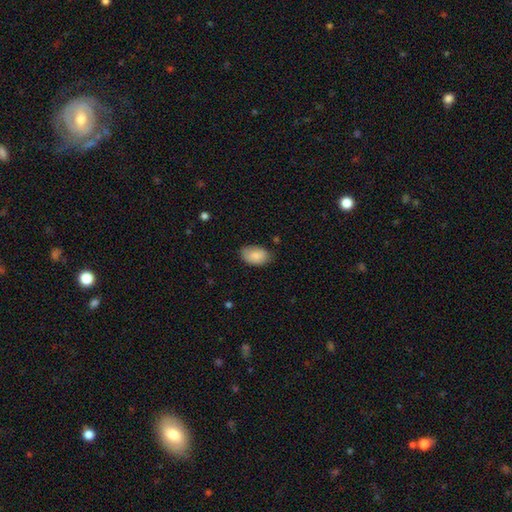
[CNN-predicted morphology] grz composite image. It shows a smooth galaxy with no disk features (87%) that is in between round and cigar-shaped (91%). Merging: none (76%).